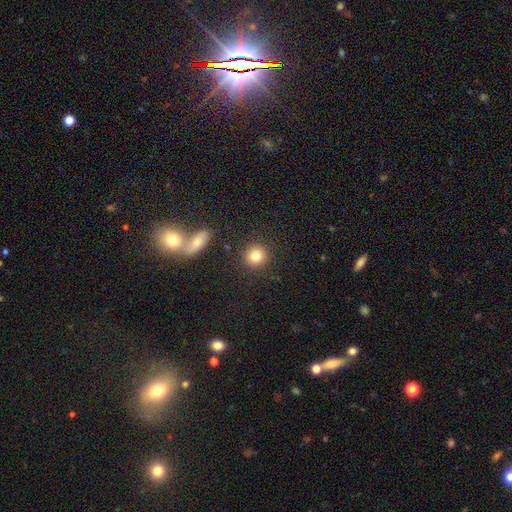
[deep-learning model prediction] A smooth galaxy with no disk features (82%) that is round (92%).

Vote fractions:
- Smooth or featured? smooth: 82% / star or artifact: 11% / featured or disk: 7%
- How rounded? round: 92% / in between: 7% / cigar-shaped: 1%
- Merging? none: 89% / minor disturbance: 6% / merger: 3% / major disturbance: 2%